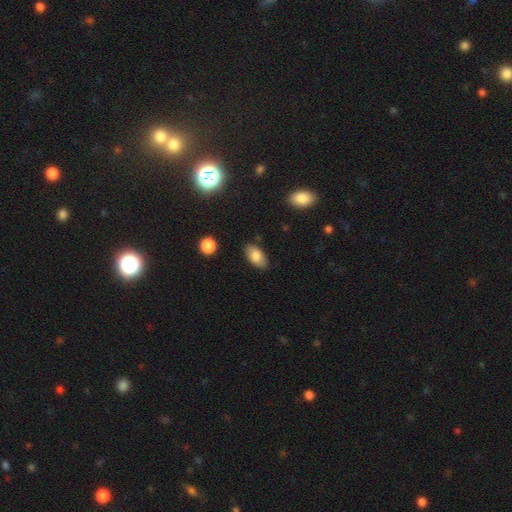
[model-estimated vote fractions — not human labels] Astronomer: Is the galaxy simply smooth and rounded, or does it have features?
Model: smooth — 83%.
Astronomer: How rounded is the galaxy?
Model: in between — 93%.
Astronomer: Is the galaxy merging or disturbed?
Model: none — 83%.